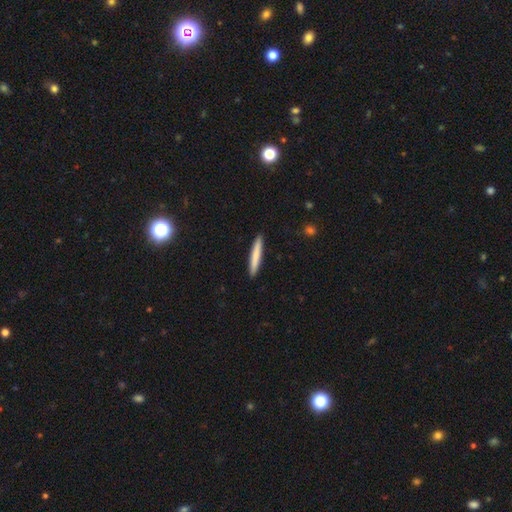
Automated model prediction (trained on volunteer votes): A smooth galaxy with no disk features (77%) that is cigar-shaped (96%).

Vote fractions:
- Smooth or featured? smooth: 77% / featured or disk: 18% / star or artifact: 5%
- How rounded? cigar-shaped: 96% / in between: 3% / round: 1%
- Merging? none: 92% / minor disturbance: 6% / major disturbance: 1% / merger: 1%